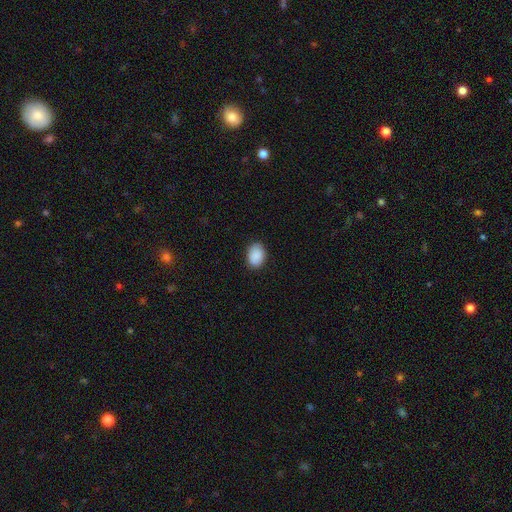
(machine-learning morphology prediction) Overall: smooth (90%). How rounded: in between (77%). Merging: none (85%).